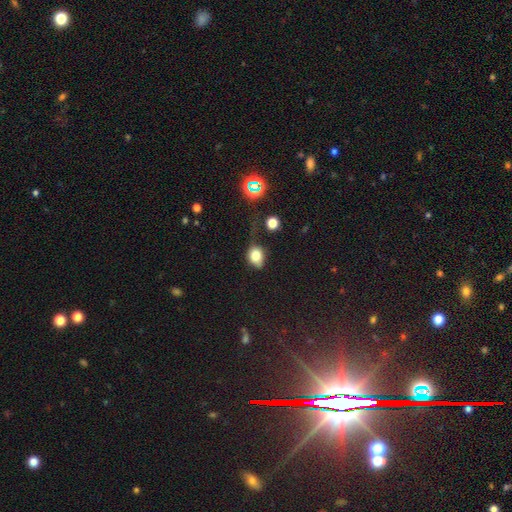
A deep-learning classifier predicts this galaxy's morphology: Smooth or featured? Predicted: smooth (p=0.78). How rounded? Predicted: in between (p=0.64). Merging? Predicted: none (p=0.44).